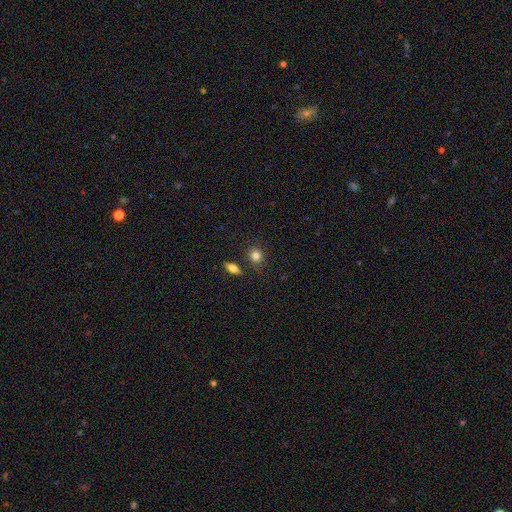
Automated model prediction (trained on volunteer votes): smooth_or_featured: smooth (p=0.81) [alt: star or artifact p=0.11]
how_rounded: round (p=0.74) [alt: in between p=0.24]
merging: none (p=0.80) [alt: minor disturbance p=0.11]